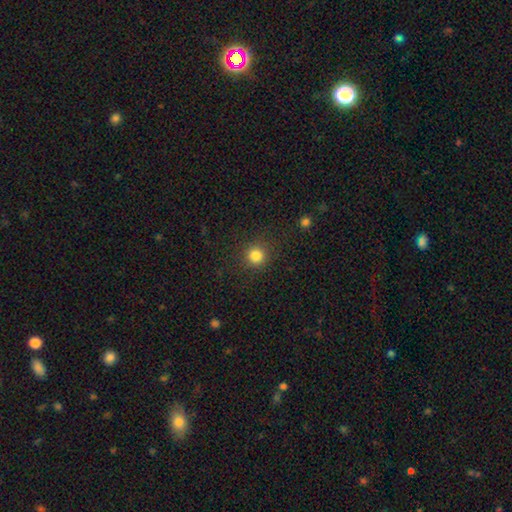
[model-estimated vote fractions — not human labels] smooth-or-featured: smooth: 83% | star or artifact: 13% | featured or disk: 5%
  how-rounded: round: 93% | in between: 6% | cigar-shaped: 1%
  merging: none: 89% | minor disturbance: 7% | major disturbance: 3% | merger: 1%